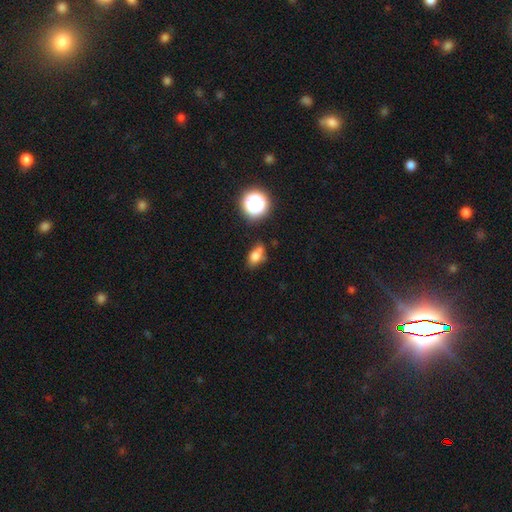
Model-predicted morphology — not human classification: Smooth or featured? smooth (73%)
How rounded? in between (73%)
Merging? none (49%)